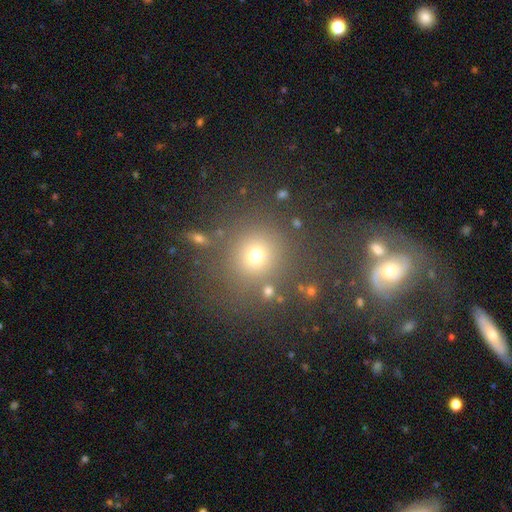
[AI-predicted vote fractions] This is likely a smooth galaxy (69%). How rounded: clearly round (88%). Merging: likely none (79%).